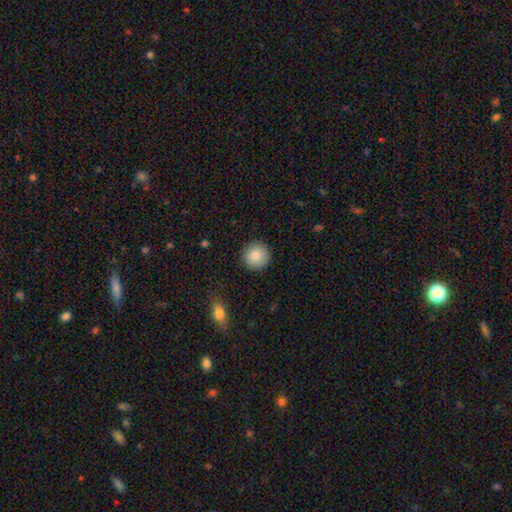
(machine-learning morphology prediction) This is clearly a smooth galaxy (87%). How rounded: clearly round (95%). Merging: clearly none (91%).